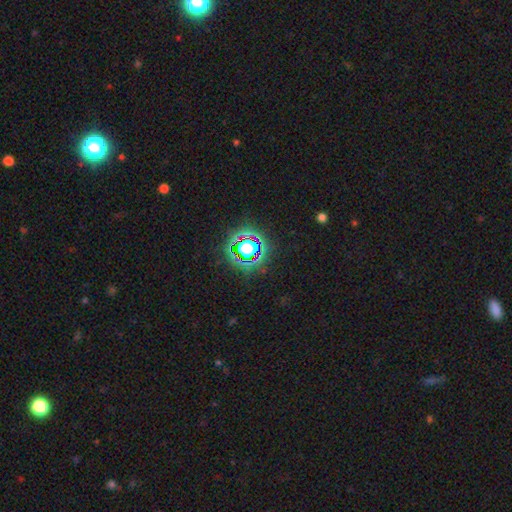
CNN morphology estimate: type=star or artifact (79%).